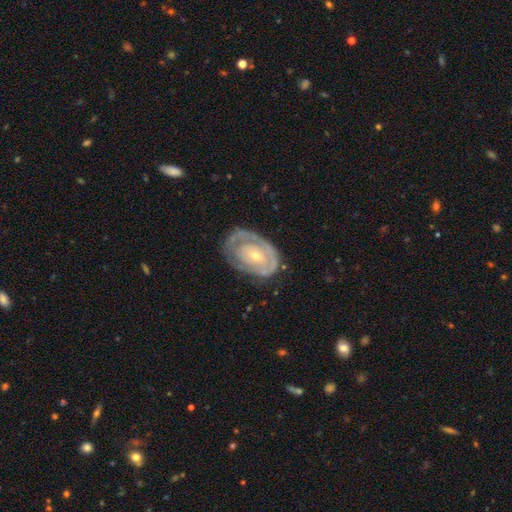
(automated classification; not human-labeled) Smooth or featured: featured or disk — 75% (smooth — 20%)
Edge-on disk: no — 95% (yes — 5%)
Bar: no — 78% (weak — 17%)
Spiral arms: yes — 66% (no — 34%)
Bulge size: small — 65% (moderate — 31%)
Merging: none — 64% (minor disturbance — 22%)